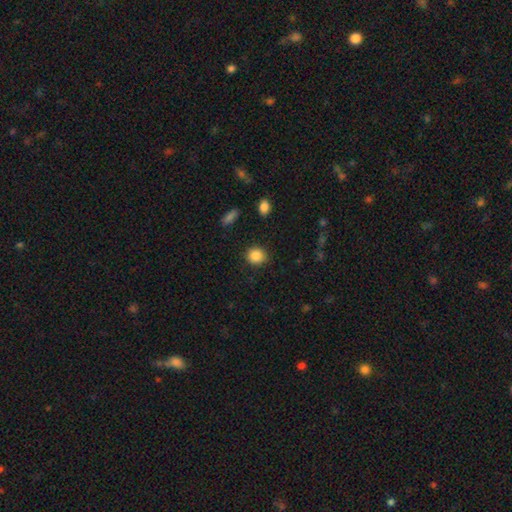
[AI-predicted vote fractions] Overall: smooth (87%). How rounded: round (83%). Merging: none (88%).